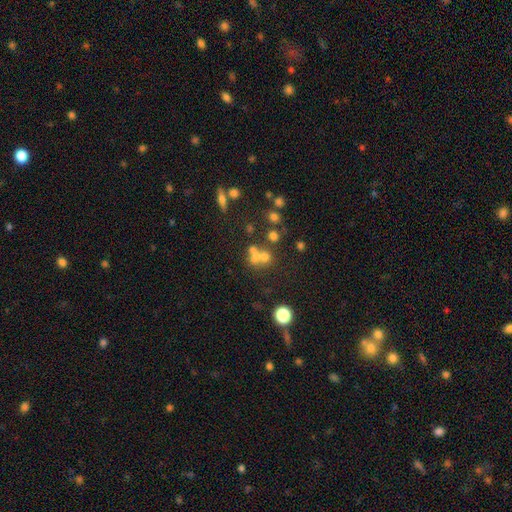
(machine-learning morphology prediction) type=smooth (49%); merging=merger (45%).